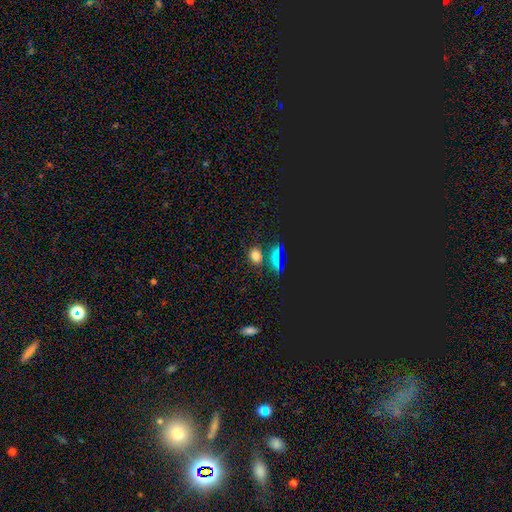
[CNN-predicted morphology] Smooth or featured? smooth (62%)
How rounded? round (52%)
Merging? none (81%)